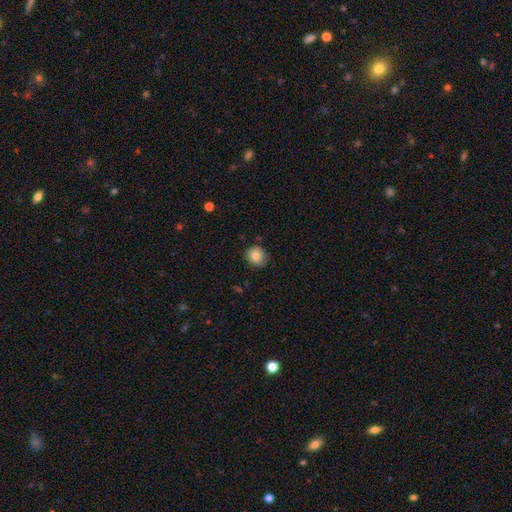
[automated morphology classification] Overall: smooth (84%). How rounded: round (79%). Merging: none (79%).